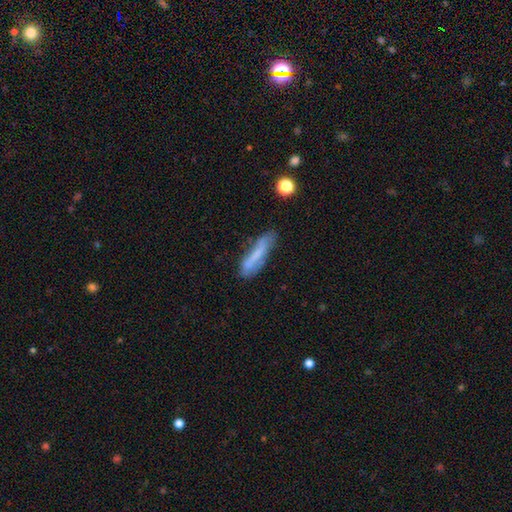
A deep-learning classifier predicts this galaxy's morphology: Smooth or featured: smooth — 53% (featured or disk — 37%)
How rounded: cigar-shaped — 76% (in between — 23%)
Merging: none — 55% (minor disturbance — 28%)